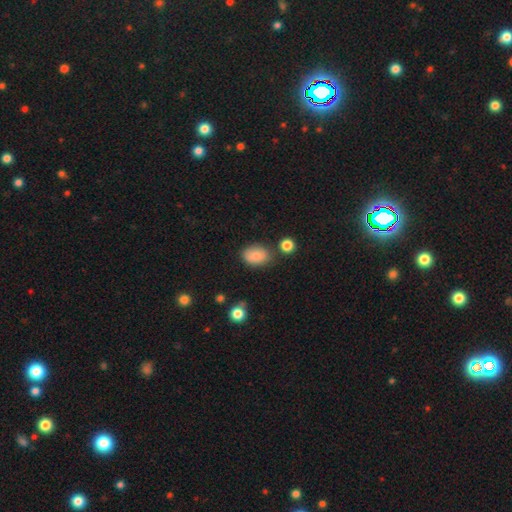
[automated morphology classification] type=smooth (85%); roundness=in between (83%); merging=none (73%).